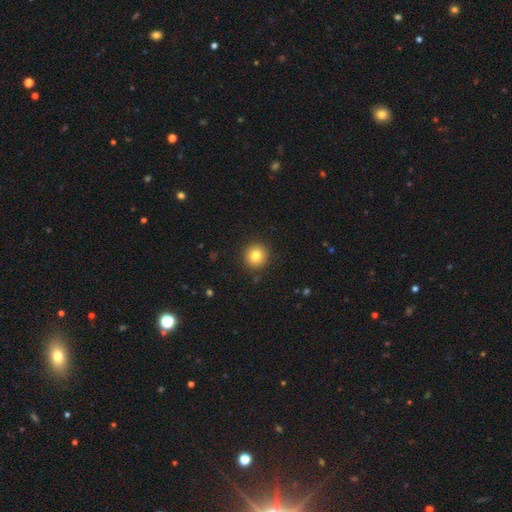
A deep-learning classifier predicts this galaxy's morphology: A smooth galaxy with no disk features (81%) that is round (94%). Merging: none (91%).